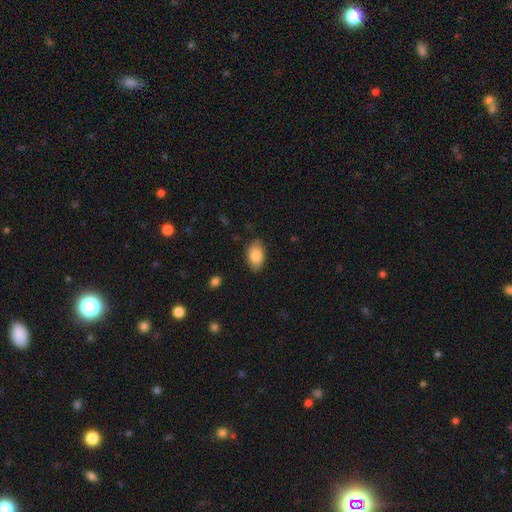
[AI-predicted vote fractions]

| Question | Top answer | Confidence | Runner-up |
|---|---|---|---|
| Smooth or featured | smooth | 84% | featured or disk (9%) |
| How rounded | in between | 91% | round (8%) |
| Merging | none | 77% | minor disturbance (18%) |